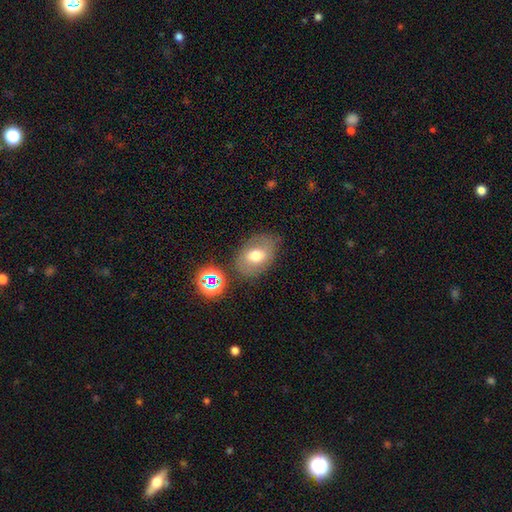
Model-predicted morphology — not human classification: Smooth or featured? smooth (63%)
How rounded? in between (74%)
Merging? none (71%)